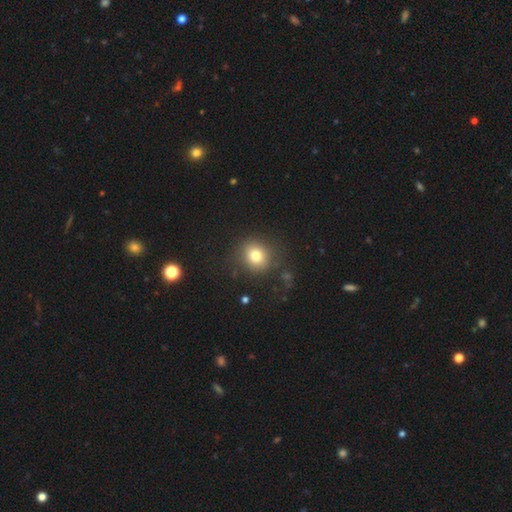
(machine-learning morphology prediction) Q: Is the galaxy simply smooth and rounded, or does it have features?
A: smooth — 78%.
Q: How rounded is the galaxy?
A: round — 78%.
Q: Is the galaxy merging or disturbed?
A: none — 82%.